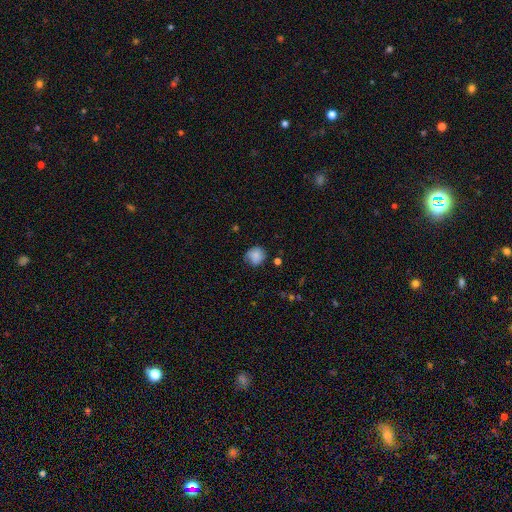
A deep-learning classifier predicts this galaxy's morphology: Smooth or featured? Predicted: smooth (p=0.81). How rounded? Predicted: round (p=0.82). Merging? Predicted: none (p=0.64).